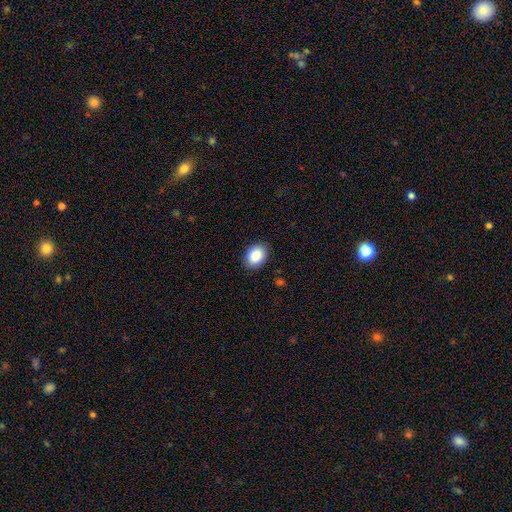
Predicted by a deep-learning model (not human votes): A smooth galaxy with no disk features (89%) that is in between round and cigar-shaped (71%). Merging: none (88%).